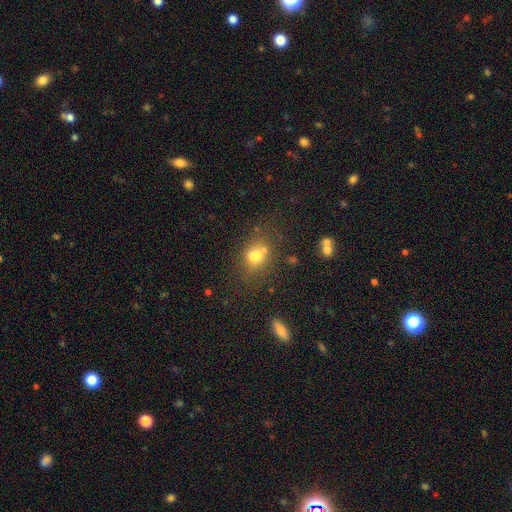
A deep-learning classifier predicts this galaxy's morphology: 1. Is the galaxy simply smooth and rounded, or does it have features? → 65% smooth, 19% featured or disk, 16% star or artifact.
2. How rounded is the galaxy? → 51% in between, 47% round, 2% cigar-shaped.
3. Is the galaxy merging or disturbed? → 44% none, 33% merger, 15% minor disturbance, 8% major disturbance.